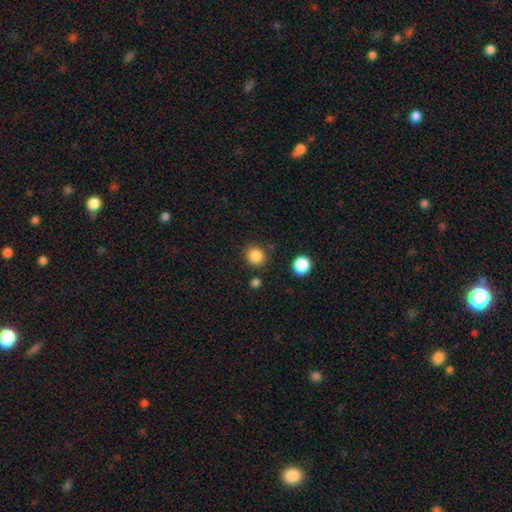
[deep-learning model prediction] Smooth or featured? smooth (85%)
How rounded? round (87%)
Merging? none (83%)